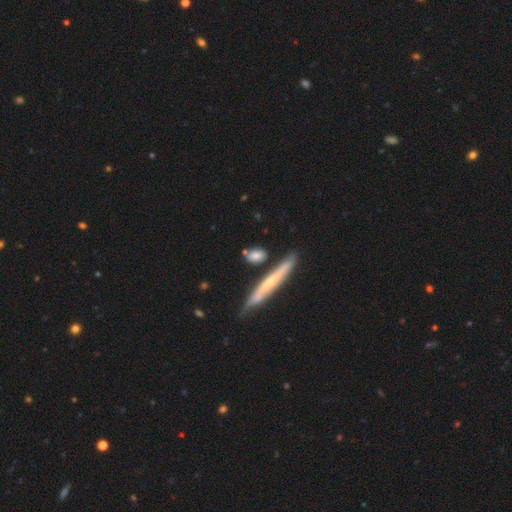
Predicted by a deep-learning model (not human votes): smooth_or_featured: smooth (p=0.72) [alt: featured or disk p=0.21]
how_rounded: cigar-shaped (p=0.42) [alt: in between p=0.41]
merging: none (p=0.70) [alt: minor disturbance p=0.16]